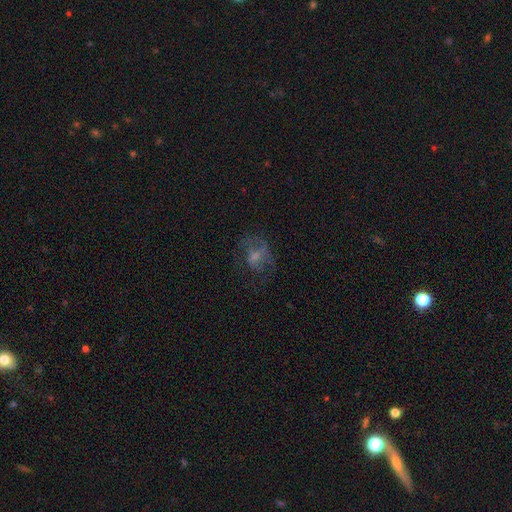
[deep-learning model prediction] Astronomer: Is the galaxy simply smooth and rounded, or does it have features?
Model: featured or disk — 45% (runner-up: smooth, 38%).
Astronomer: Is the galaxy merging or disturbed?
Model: none — 45% (runner-up: major disturbance, 34%).